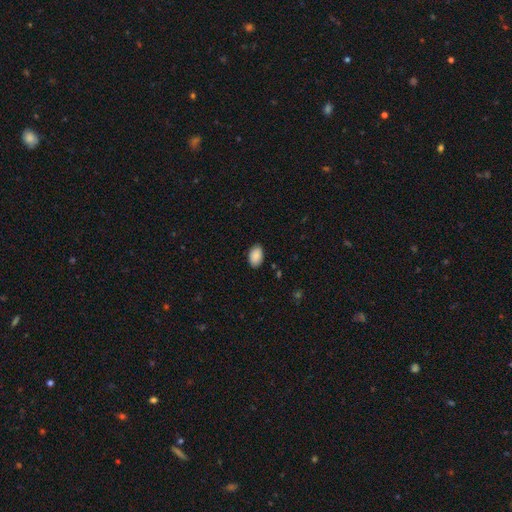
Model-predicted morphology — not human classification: The model was most divided on "merging": none: 87%, minor disturbance: 9%, major disturbance: 2%, merger: 1%. More confident: how rounded — in between (91%); smooth or featured — smooth (90%).